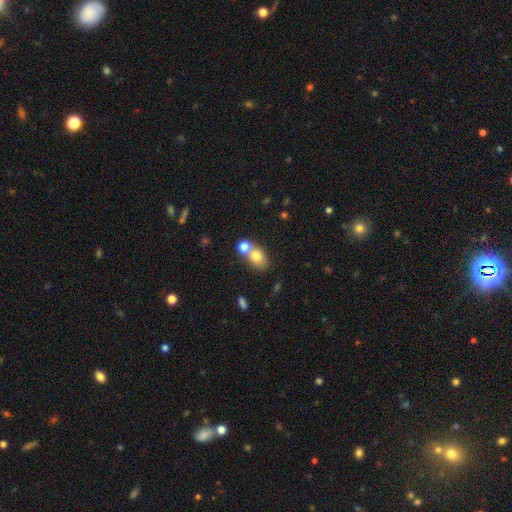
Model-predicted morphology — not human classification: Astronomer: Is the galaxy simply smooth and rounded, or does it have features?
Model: smooth — 77%.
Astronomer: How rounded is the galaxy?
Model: in between — 68%.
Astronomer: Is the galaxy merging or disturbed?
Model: merger — 49% (runner-up: none, 39%).